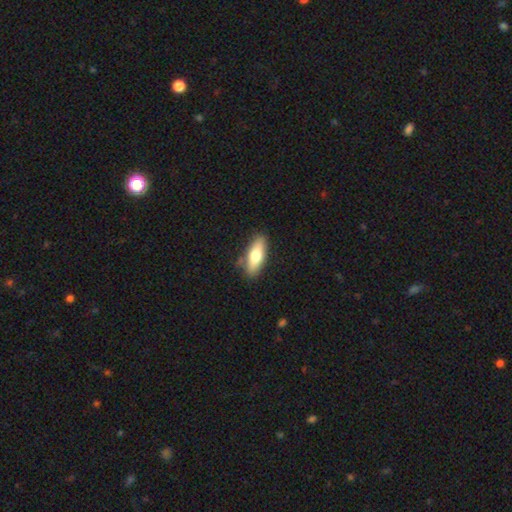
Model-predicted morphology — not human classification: Overall: smooth (71%). How rounded: in between (63%; cigar-shaped 34%). Merging: none (82%).